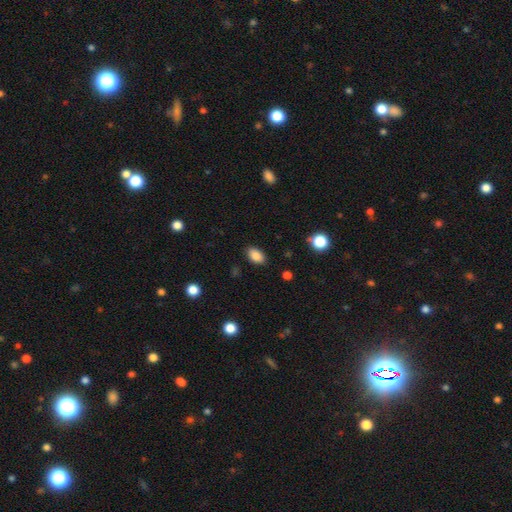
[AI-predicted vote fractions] The model was most divided on "merging": none: 86%, minor disturbance: 10%, major disturbance: 2%, merger: 1%. More confident: how rounded — in between (88%); smooth or featured — smooth (86%).